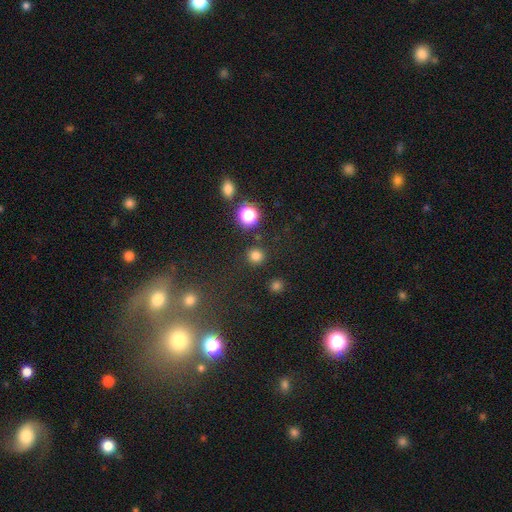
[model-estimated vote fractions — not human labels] Smooth or featured? Predicted: smooth (p=0.78). How rounded? Predicted: round (p=0.94). Merging? Predicted: none (p=0.89).